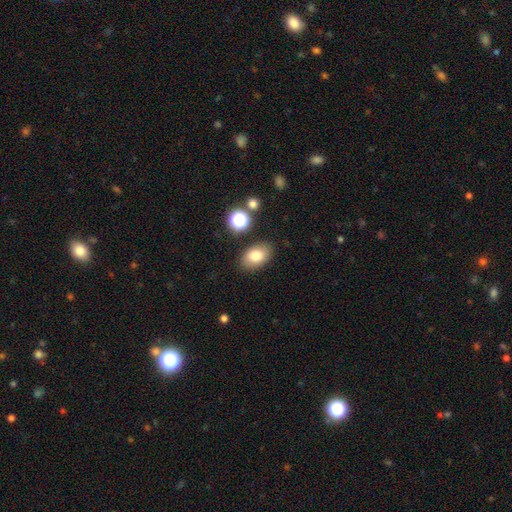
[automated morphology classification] The model was most divided on "smooth or featured": smooth: 79%, featured or disk: 11%, star or artifact: 10%. More confident: how rounded — in between (85%); merging — none (84%).